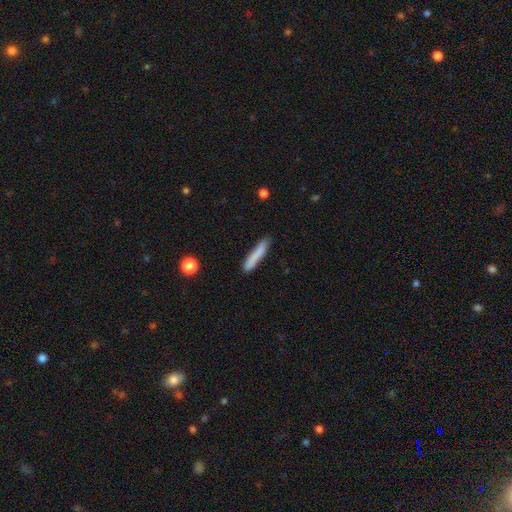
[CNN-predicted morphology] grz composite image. It shows a smooth galaxy with no disk features (80%) that is cigar-shaped (92%). Merging: none (80%).